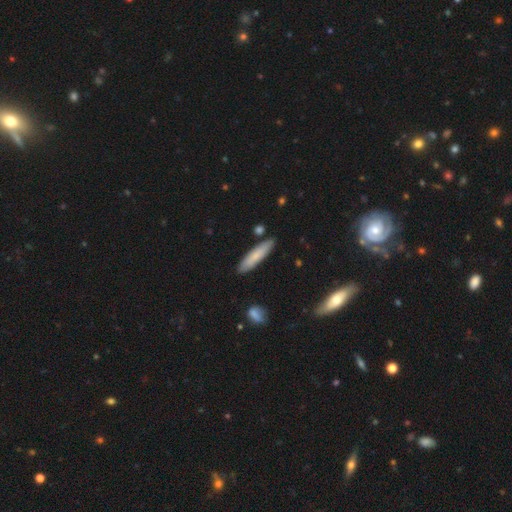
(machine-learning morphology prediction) The model was most divided on "smooth or featured": smooth: 75%, featured or disk: 19%, star or artifact: 6%. More confident: merging — none (86%); how rounded — cigar-shaped (78%).